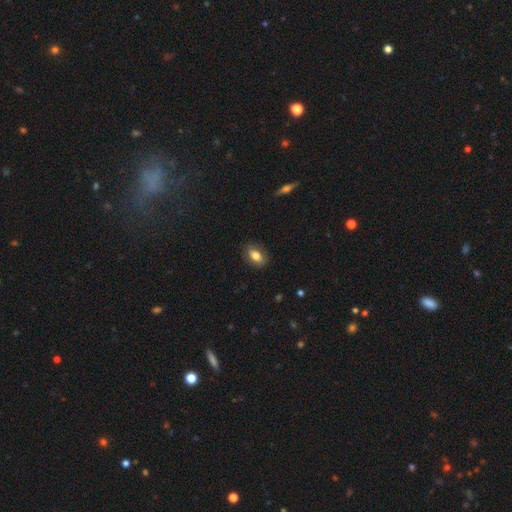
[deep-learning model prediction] This appears to be a smooth galaxy with no disk features (82%) that is in between round and cigar-shaped (86%). Merging: none (85%).